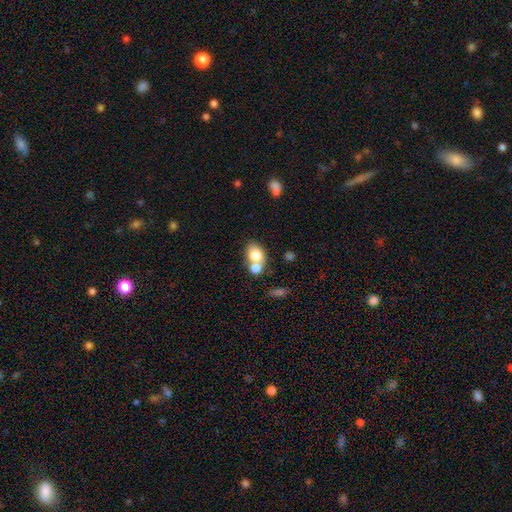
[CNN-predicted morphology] Smooth or featured? smooth (77%)
How rounded? in between (61%)
Merging? merger (51%)